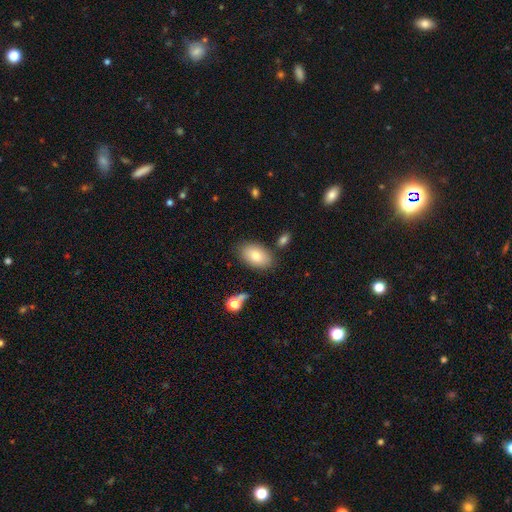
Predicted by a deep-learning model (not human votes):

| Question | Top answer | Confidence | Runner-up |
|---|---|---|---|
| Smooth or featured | smooth | 79% | featured or disk (14%) |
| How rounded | in between | 92% | round (7%) |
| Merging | none | 81% | minor disturbance (12%) |